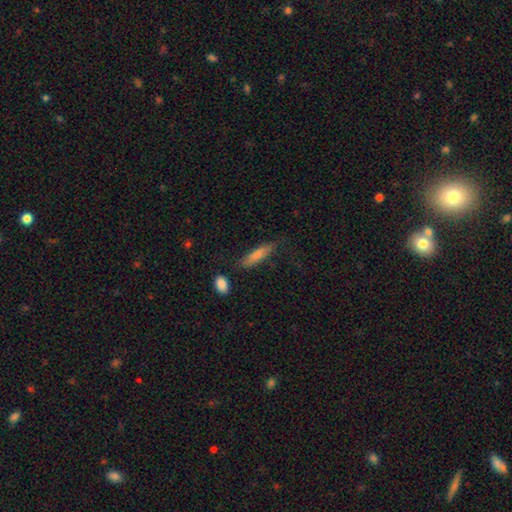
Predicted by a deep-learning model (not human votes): Smooth or featured?
  - smooth: 74% *
  - featured or disk: 18%
  - star or artifact: 7%
How rounded?
  - cigar-shaped: 74% *
  - in between: 23%
  - round: 2%
Merging?
  - none: 68% *
  - minor disturbance: 21%
  - major disturbance: 7%
  - merger: 4%